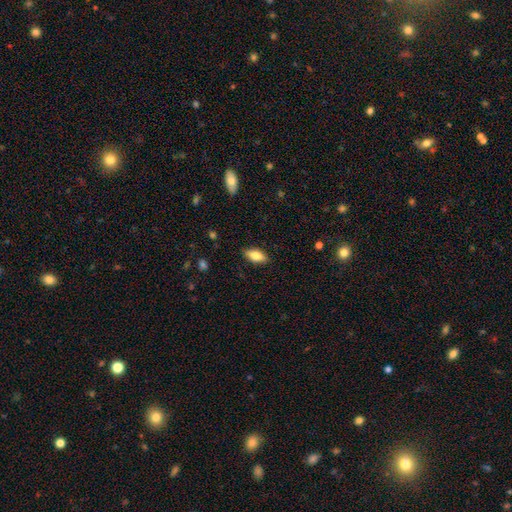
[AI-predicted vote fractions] Smooth or featured: smooth — 75% (featured or disk — 18%)
How rounded: in between — 81% (cigar-shaped — 17%)
Merging: none — 86% (minor disturbance — 10%)